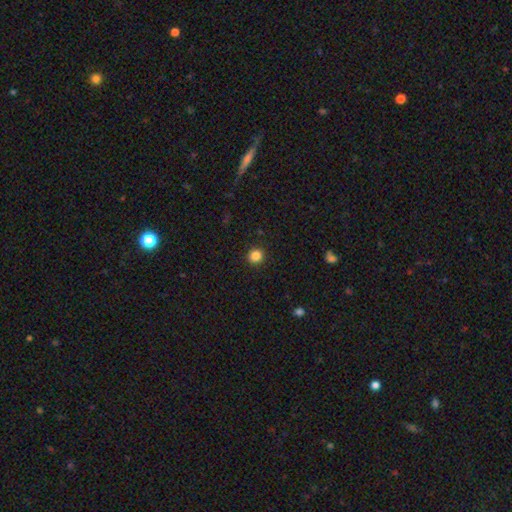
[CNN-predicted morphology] This is clearly a smooth galaxy (85%). How rounded: clearly round (93%). Merging: clearly none (93%).